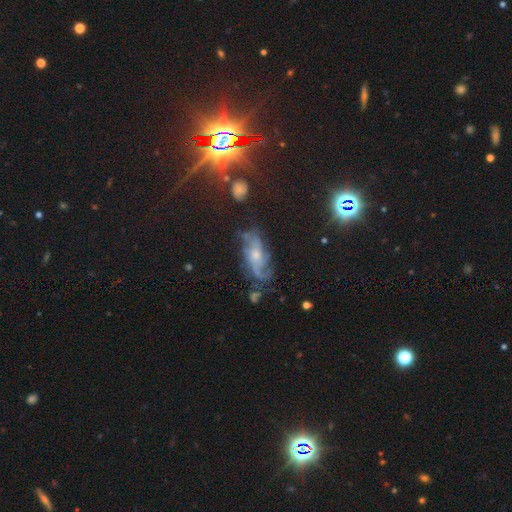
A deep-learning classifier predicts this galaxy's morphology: The model was most divided on "spiral arm count": 2: 34%, can't tell: 28%, 3: 18%, 1: 8%, 4: 7%, more than 4: 5%. Remaining: edge-on disk — no (91%); spiral arms — yes (90%); smooth or featured — featured or disk (70%); bar — no (68%); merging — none (56%); bulge size — small (52%); spiral winding — medium (42%).